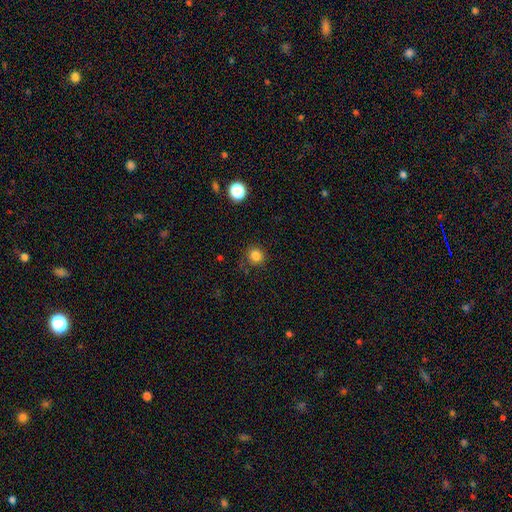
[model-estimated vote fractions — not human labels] smooth 83%, star or artifact 13%, featured or disk 4%. Down the decision tree: how rounded — round (91%); merging — none (85%).